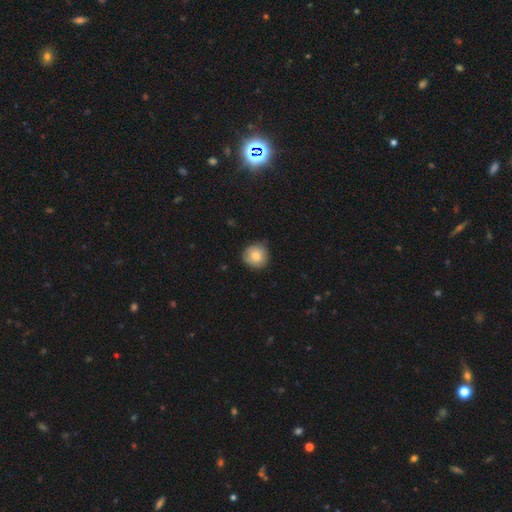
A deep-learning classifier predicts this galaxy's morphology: smooth_or_featured: smooth (p=0.78) [alt: featured or disk p=0.14]
how_rounded: round (p=0.92) [alt: in between p=0.07]
merging: none (p=0.75) [alt: minor disturbance p=0.21]